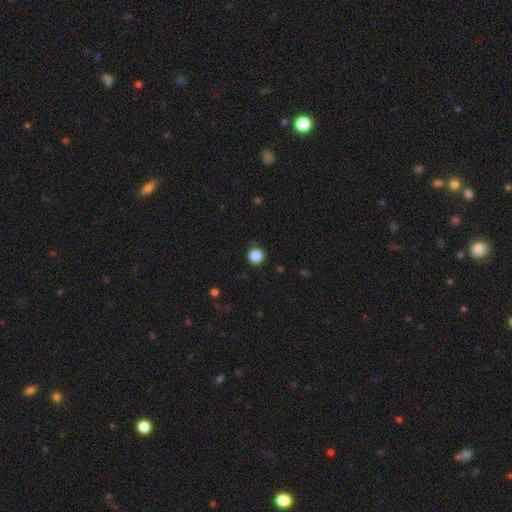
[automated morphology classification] Smooth or featured?
  - smooth: 87% *
  - star or artifact: 10%
  - featured or disk: 3%
How rounded?
  - round: 94% *
  - in between: 5%
  - cigar-shaped: 1%
Merging?
  - none: 83% *
  - minor disturbance: 13%
  - major disturbance: 3%
  - merger: 1%